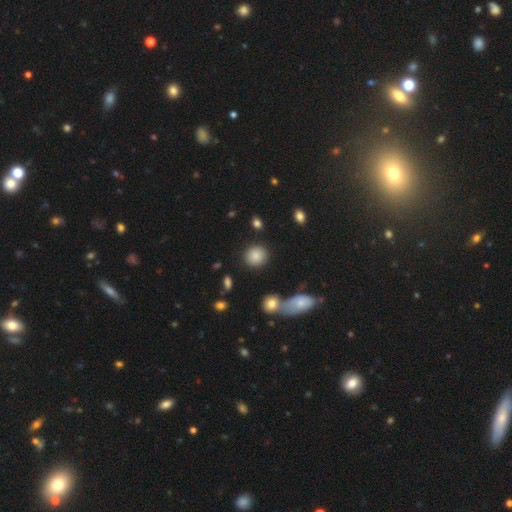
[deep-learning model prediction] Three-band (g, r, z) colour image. It shows a smooth galaxy with no disk features (84%) that is round (82%). Merging: none (85%).